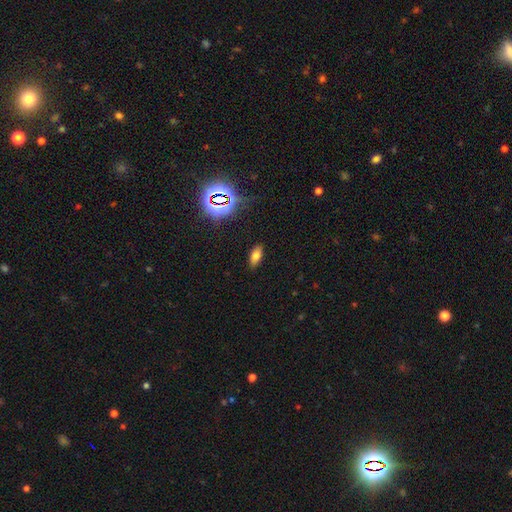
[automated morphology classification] type=smooth (69%); roundness=in between (84%); merging=none (87%).